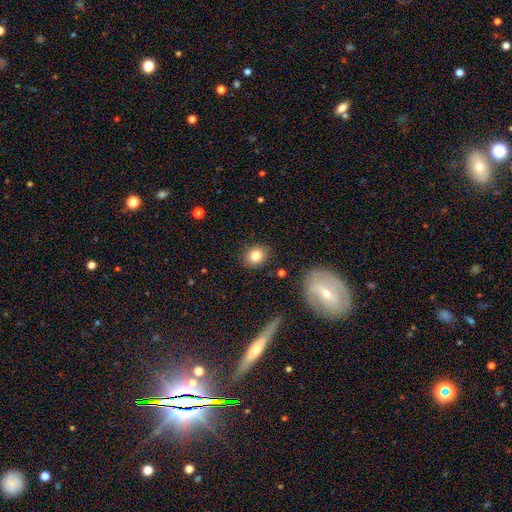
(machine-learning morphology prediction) Smooth or featured?
  - smooth: 82% *
  - star or artifact: 10%
  - featured or disk: 8%
How rounded?
  - round: 65% *
  - in between: 34%
  - cigar-shaped: 1%
Merging?
  - none: 86% *
  - minor disturbance: 10%
  - major disturbance: 3%
  - merger: 2%